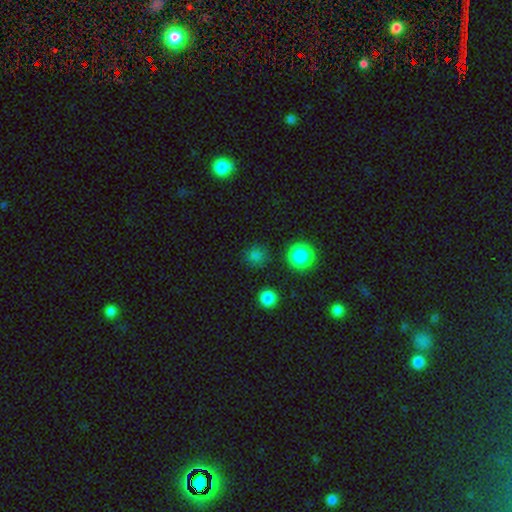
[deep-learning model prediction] This is likely a smooth galaxy (78%). How rounded: clearly round (91%). Merging: clearly none (83%).